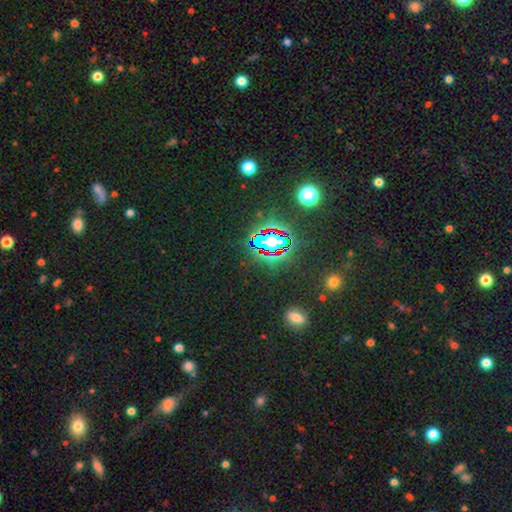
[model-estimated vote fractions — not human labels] Q: Smooth or featured?
A: star or artifact (79%); runner-up: smooth (13%)